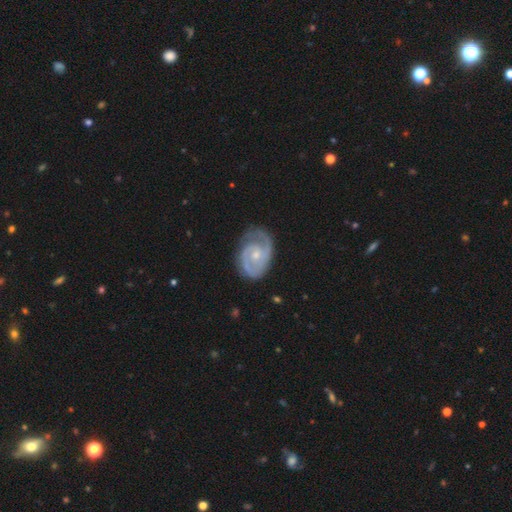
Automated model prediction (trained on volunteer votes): smooth_or_featured: featured or disk (p=0.88) [alt: smooth p=0.08]
disk_edge_on: no (p=0.98) [alt: yes p=0.02]
bar: no (p=0.65) [alt: weak p=0.30]
has_spiral_arms: yes (p=0.97) [alt: no p=0.03]
spiral_winding: tight (p=0.52) [alt: medium p=0.40]
spiral_arm_count: 2 (p=0.78) [alt: can't tell p=0.07]
bulge_size: small (p=0.61) [alt: moderate p=0.34]
merging: none (p=0.71) [alt: minor disturbance p=0.20]